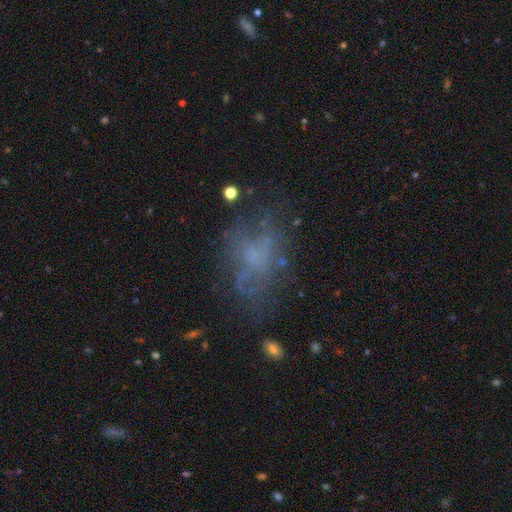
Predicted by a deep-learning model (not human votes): Overall: featured or disk (49%; smooth 33%). Merging: none (51%; major disturbance 25%).